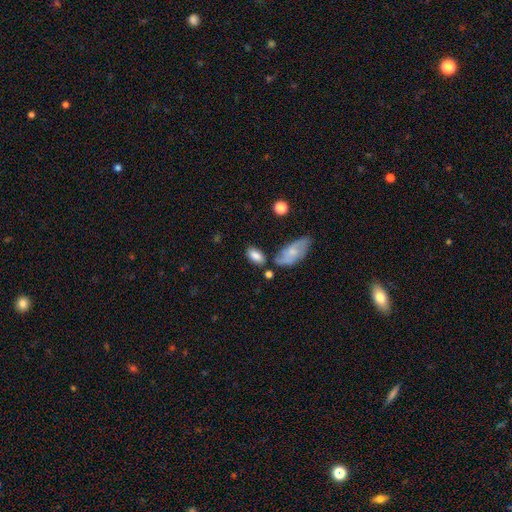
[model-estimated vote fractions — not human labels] Smooth or featured: smooth — 81% (featured or disk — 12%)
How rounded: in between — 90% (cigar-shaped — 5%)
Merging: none — 64% (minor disturbance — 18%)